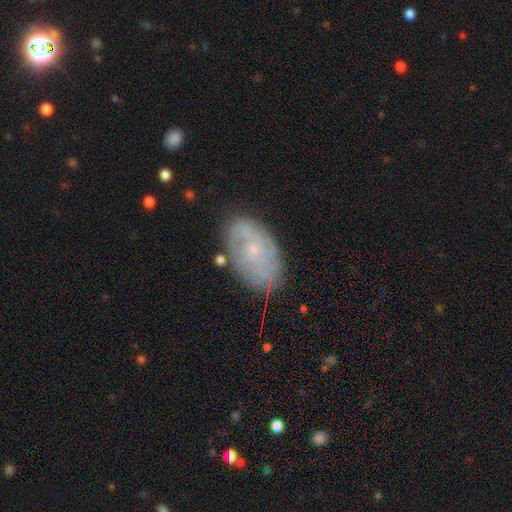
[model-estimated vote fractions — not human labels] Smooth or featured?
  - featured or disk: 57% *
  - smooth: 35%
  - star or artifact: 9%
Edge-on disk?
  - no: 94% *
  - yes: 6%
Bar?
  - no: 79% *
  - weak: 18%
  - strong: 3%
Spiral arms?
  - yes: 71% *
  - no: 29%
Bulge size?
  - small: 79% *
  - moderate: 16%
  - none: 4%
  - large: 1%
  - dominant: 1%
Merging?
  - none: 76% *
  - minor disturbance: 18%
  - major disturbance: 4%
  - merger: 2%